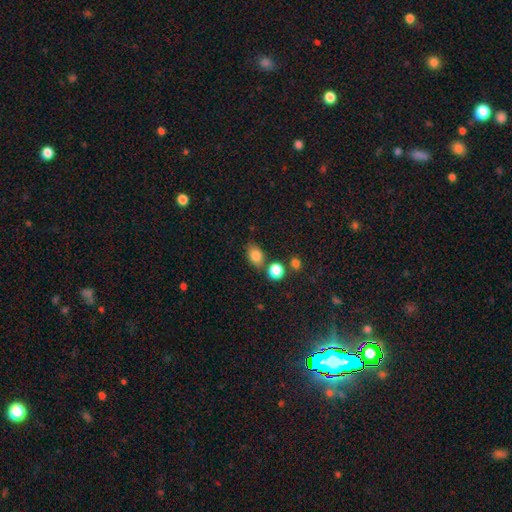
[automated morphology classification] Smooth or featured?
  - smooth: 83% *
  - star or artifact: 10%
  - featured or disk: 7%
How rounded?
  - in between: 73% *
  - round: 25%
  - cigar-shaped: 2%
Merging?
  - none: 71% *
  - minor disturbance: 14%
  - merger: 12%
  - major disturbance: 4%